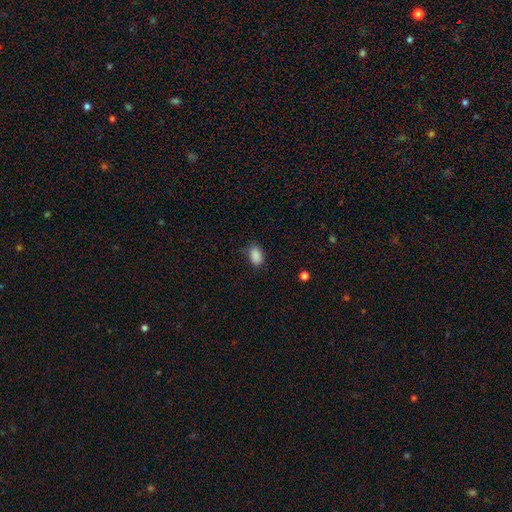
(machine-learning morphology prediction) Smooth or featured? Predicted: smooth (p=0.87). How rounded? Predicted: in between (p=0.85). Merging? Predicted: none (p=0.69).